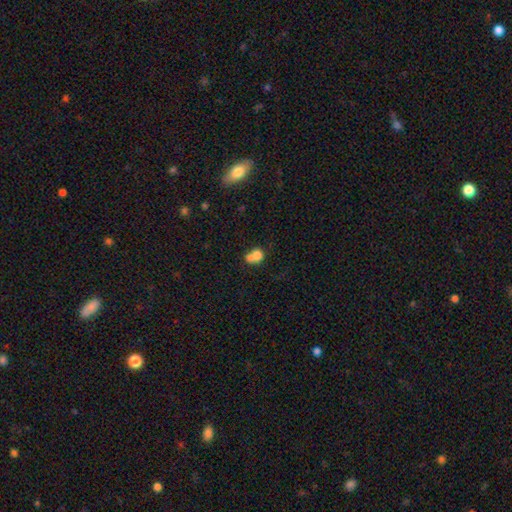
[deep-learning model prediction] smooth 74%, featured or disk 16%, star or artifact 11%. Down the decision tree: how rounded — round (56%); merging — merger (62%).